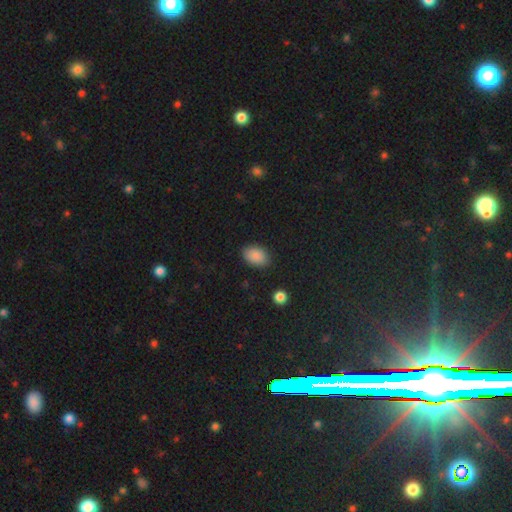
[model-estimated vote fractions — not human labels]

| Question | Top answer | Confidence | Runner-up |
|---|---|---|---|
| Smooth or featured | smooth | 87% | star or artifact (8%) |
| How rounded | in between | 86% | round (12%) |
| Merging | none | 85% | minor disturbance (11%) |